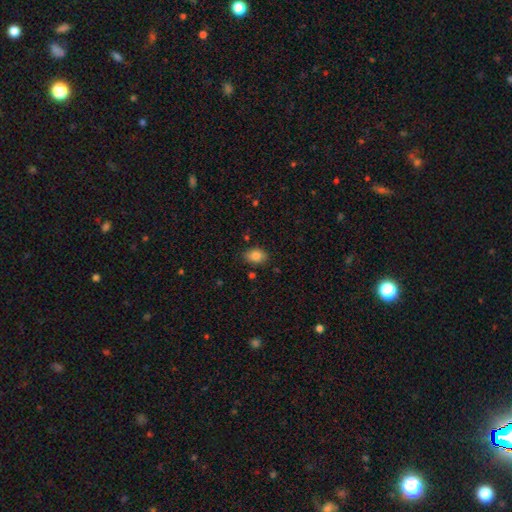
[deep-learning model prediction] This appears to be a smooth galaxy with no disk features (85%) that is in between round and cigar-shaped (80%). Merging: none (84%).